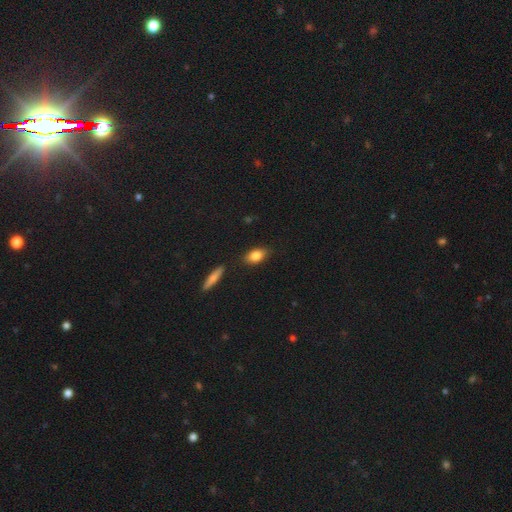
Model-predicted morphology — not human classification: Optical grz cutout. It shows a smooth galaxy with no disk features (83%) that is in between round and cigar-shaped (84%). Merging: none (83%).